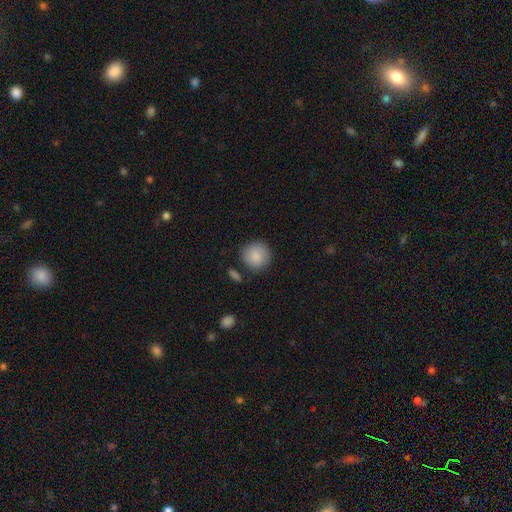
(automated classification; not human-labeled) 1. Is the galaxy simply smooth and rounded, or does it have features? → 88% smooth, 7% star or artifact, 5% featured or disk.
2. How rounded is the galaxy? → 92% round, 7% in between, 1% cigar-shaped.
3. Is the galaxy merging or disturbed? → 82% none, 11% minor disturbance, 4% merger, 3% major disturbance.